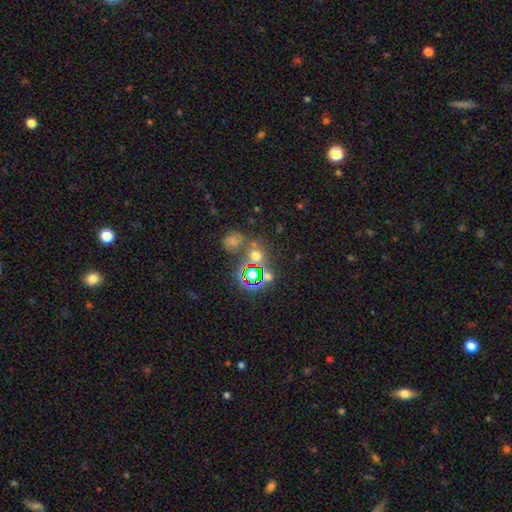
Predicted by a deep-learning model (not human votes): This is possibly a smooth galaxy (49%). Merging: likely none (64%).